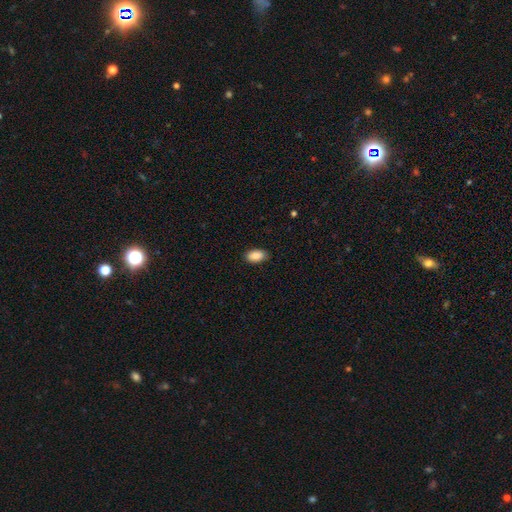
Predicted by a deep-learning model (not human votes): Smooth or featured?
  - smooth: 90% *
  - star or artifact: 7%
  - featured or disk: 3%
How rounded?
  - in between: 93% *
  - round: 5%
  - cigar-shaped: 2%
Merging?
  - none: 87% *
  - minor disturbance: 10%
  - major disturbance: 2%
  - merger: 1%